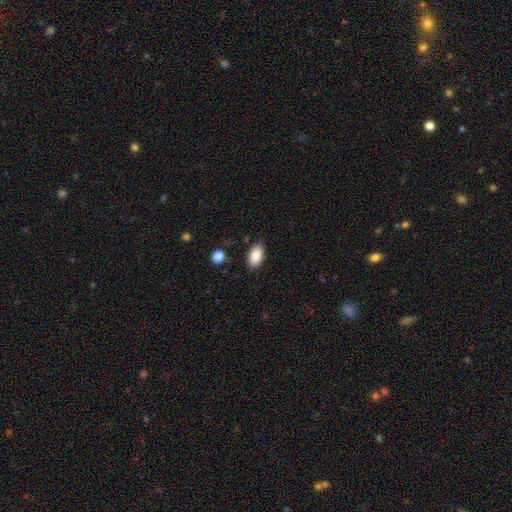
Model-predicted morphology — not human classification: Q: Smooth or featured?
A: smooth (89%); runner-up: star or artifact (7%)
Q: How rounded?
A: in between (94%); runner-up: round (4%)
Q: Merging?
A: none (84%); runner-up: minor disturbance (11%)